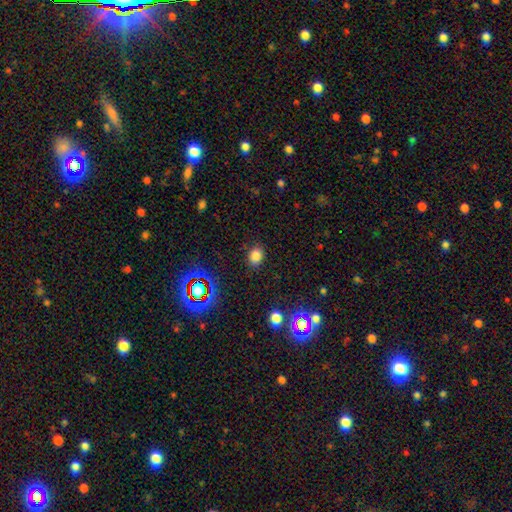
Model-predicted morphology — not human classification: smooth-or-featured: smooth: 79% | star or artifact: 16% | featured or disk: 5%
  how-rounded: in between: 59% | round: 40% | cigar-shaped: 1%
  merging: none: 85% | minor disturbance: 11% | major disturbance: 3% | merger: 1%